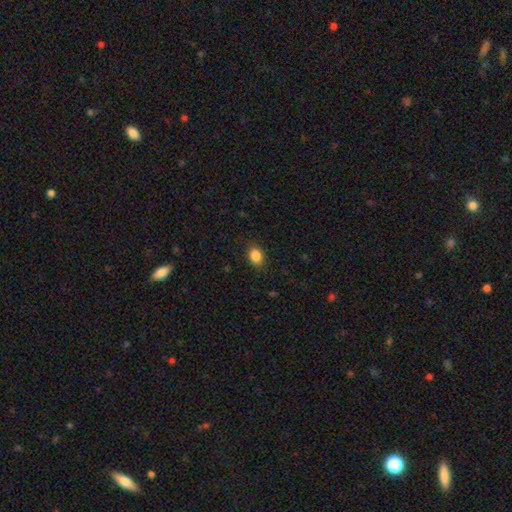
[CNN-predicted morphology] This is clearly a smooth galaxy (87%). How rounded: likely in between (68%). Merging: clearly none (86%).